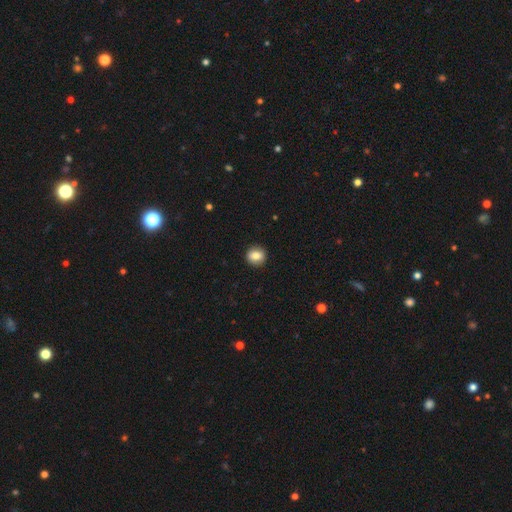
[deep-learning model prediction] Smooth or featured? smooth (82%)
How rounded? round (85%)
Merging? none (92%)